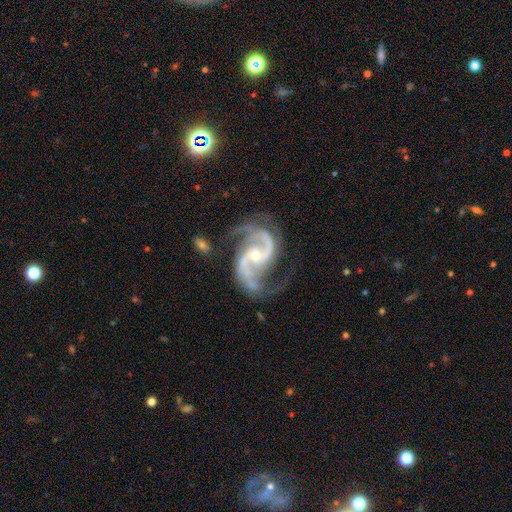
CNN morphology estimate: This is clearly a featured or disk galaxy (93%). It is clearly not viewed edge-on (98%). Bar: possibly no (48%). Spiral arm pattern: clearly yes (99%). Spiral arm count: clearly 2 (90%). Spiral winding: likely medium (60%). Central bulge: possibly small (59%). Merging: likely none (64%).